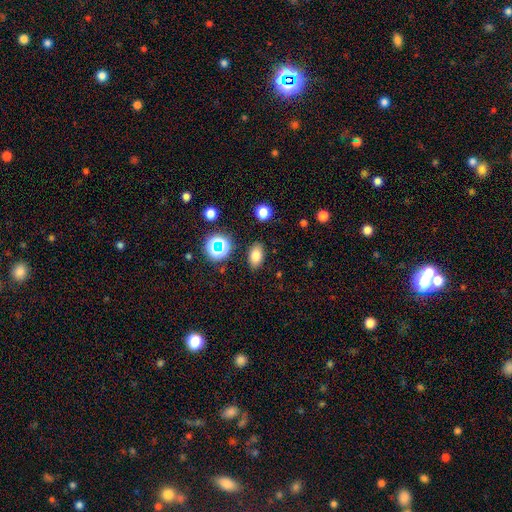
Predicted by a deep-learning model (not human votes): The model was most divided on "smooth or featured": smooth: 76%, star or artifact: 15%, featured or disk: 9%. More confident: merging — none (85%); how rounded — in between (85%).